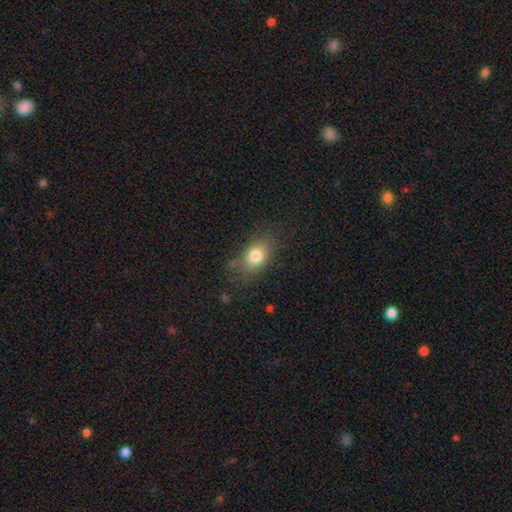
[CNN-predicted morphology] A smooth galaxy with no disk features (79%) that is in between round and cigar-shaped (71%).

Vote fractions:
- Smooth or featured? smooth: 79% / featured or disk: 11% / star or artifact: 10%
- How rounded? in between: 71% / round: 27% / cigar-shaped: 3%
- Merging? none: 76% / minor disturbance: 16% / major disturbance: 6% / merger: 2%